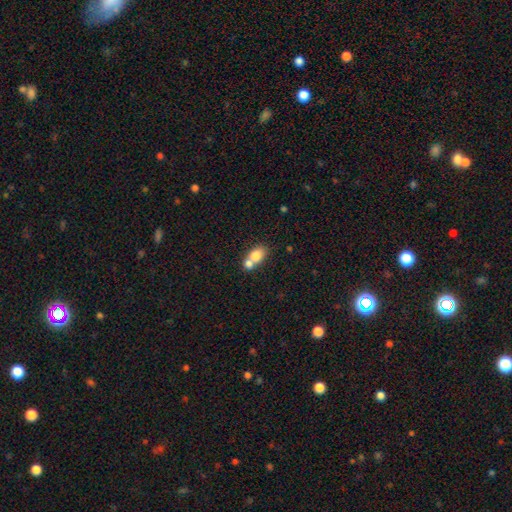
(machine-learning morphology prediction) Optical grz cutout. It shows a smooth galaxy with no disk features (78%) that is in between round and cigar-shaped (65%). Merging: merger (60%).